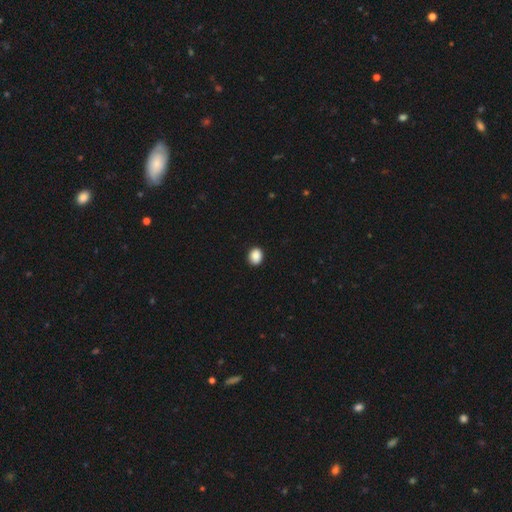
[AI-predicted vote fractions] Smooth or featured?
  - smooth: 89% *
  - star or artifact: 8%
  - featured or disk: 3%
How rounded?
  - round: 54% *
  - in between: 45%
  - cigar-shaped: 1%
Merging?
  - none: 90% *
  - minor disturbance: 7%
  - major disturbance: 2%
  - merger: 1%